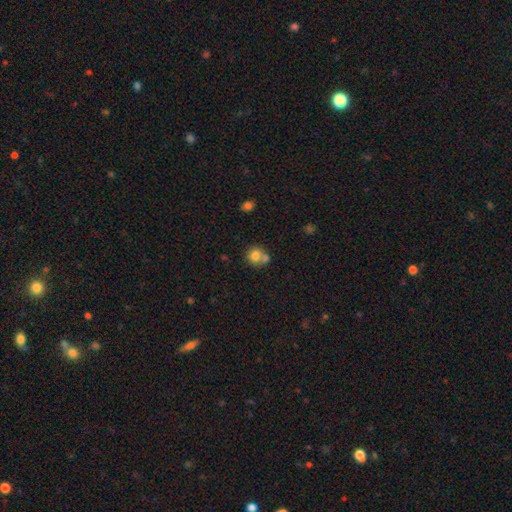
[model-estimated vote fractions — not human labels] Overall: smooth (78%). How rounded: round (84%). Merging: none (47%; merger 41%).